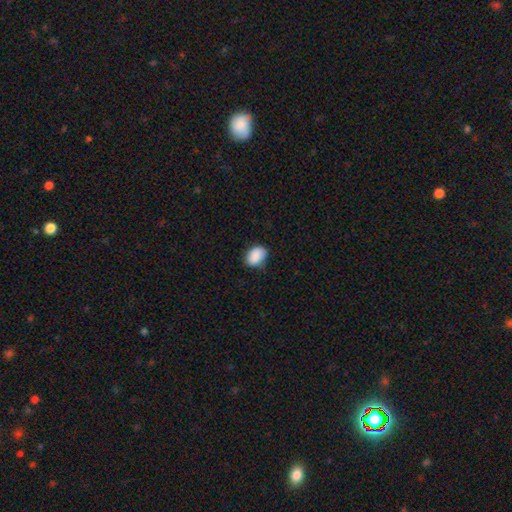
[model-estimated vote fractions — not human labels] smooth_or_featured: smooth (p=0.89) [alt: star or artifact p=0.07]
how_rounded: in between (p=0.75) [alt: round p=0.24]
merging: none (p=0.78) [alt: minor disturbance p=0.18]